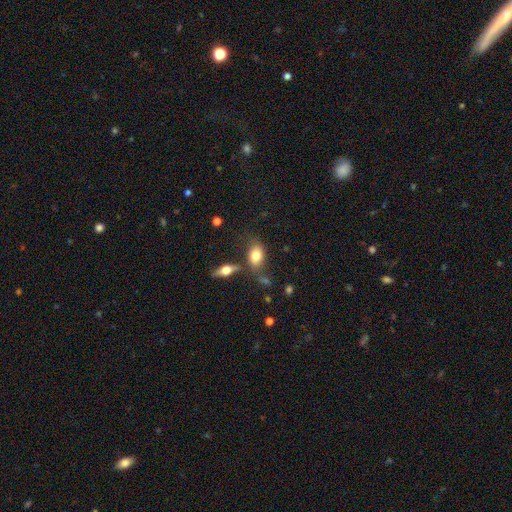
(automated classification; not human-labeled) A smooth galaxy with no disk features (77%) that is in between round and cigar-shaped (83%).

Vote fractions:
- Smooth or featured? smooth: 77% / featured or disk: 15% / star or artifact: 8%
- How rounded? in between: 83% / round: 14% / cigar-shaped: 3%
- Merging? none: 65% / minor disturbance: 17% / merger: 13% / major disturbance: 6%